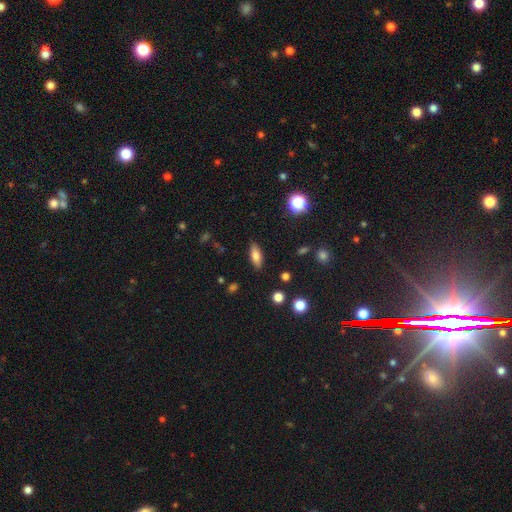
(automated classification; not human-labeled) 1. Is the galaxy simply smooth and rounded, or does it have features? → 74% smooth, 17% featured or disk, 9% star or artifact.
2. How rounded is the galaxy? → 69% in between, 28% cigar-shaped, 3% round.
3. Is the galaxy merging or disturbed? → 87% none, 9% minor disturbance, 2% major disturbance, 1% merger.